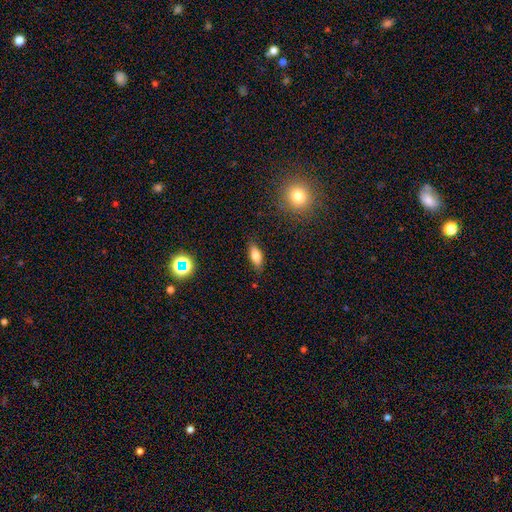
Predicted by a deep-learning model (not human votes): This is likely a smooth galaxy (75%). How rounded: likely in between (79%). Merging: clearly none (83%).